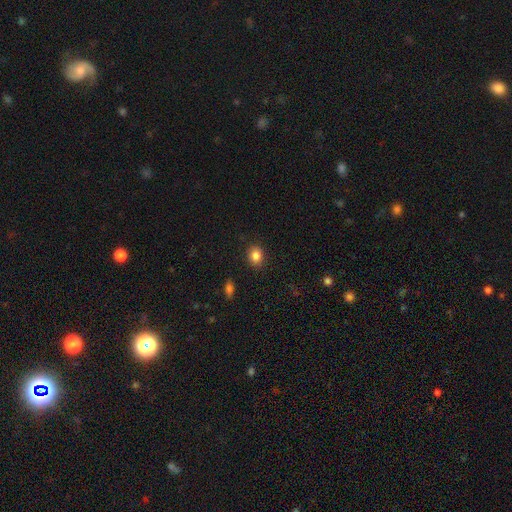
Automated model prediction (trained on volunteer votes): Overall: smooth (85%). How rounded: round (57%; in between 42%). Merging: none (89%).